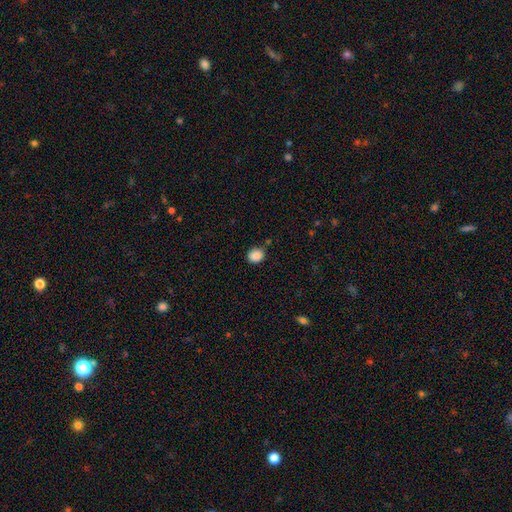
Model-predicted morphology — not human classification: This appears to be a smooth galaxy with no disk features (88%) that is round (71%). Merging: none (85%).